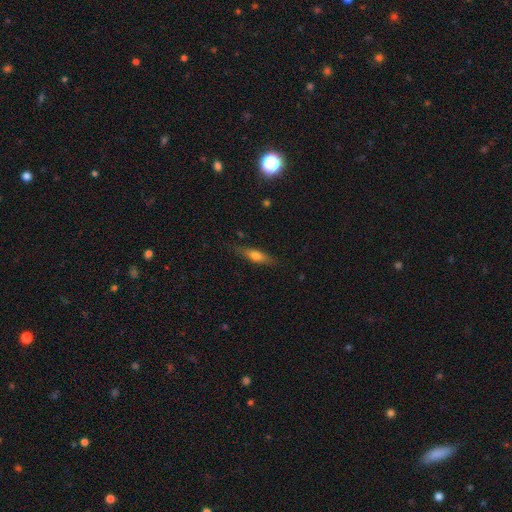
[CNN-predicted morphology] This is possibly a smooth galaxy (57%). How rounded: likely cigar-shaped (64%). Merging: likely none (80%).